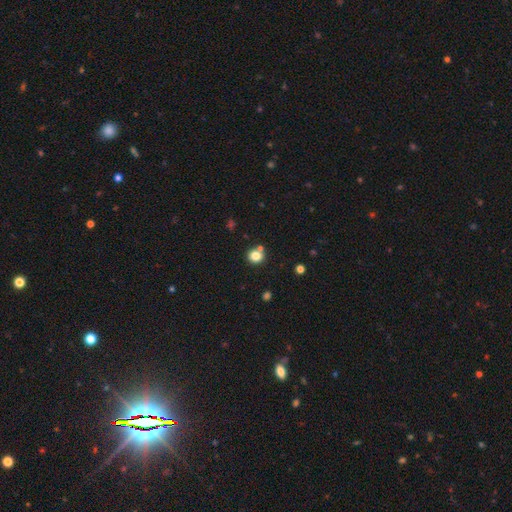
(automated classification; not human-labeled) Morphology: type=smooth (81%); roundness=round (86%); merging=none (74%).